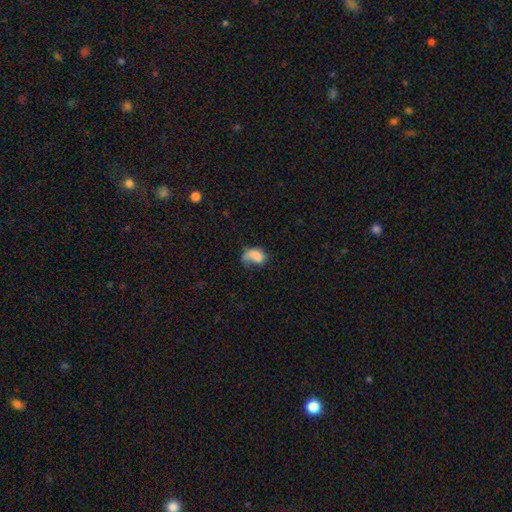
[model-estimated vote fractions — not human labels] A smooth galaxy with no disk features (72%) that is in between round and cigar-shaped (84%).

Vote fractions:
- Smooth or featured? smooth: 72% / featured or disk: 19% / star or artifact: 10%
- How rounded? in between: 84% / round: 14% / cigar-shaped: 2%
- Merging? major disturbance: 37% / minor disturbance: 28% / none: 27% / merger: 7%